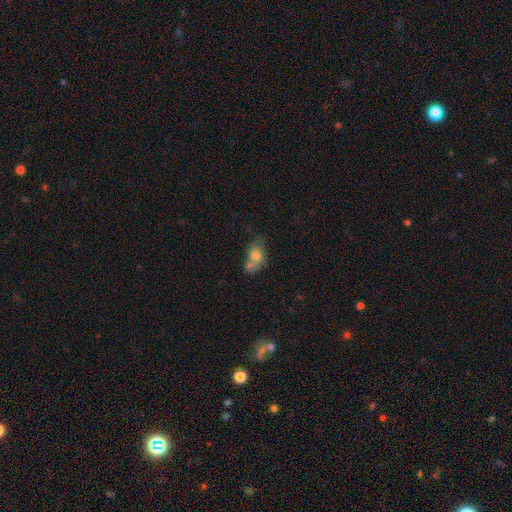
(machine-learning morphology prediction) smooth 66%, featured or disk 24%, star or artifact 10%. Down the decision tree: how rounded — in between (70%); merging — merger (46%).